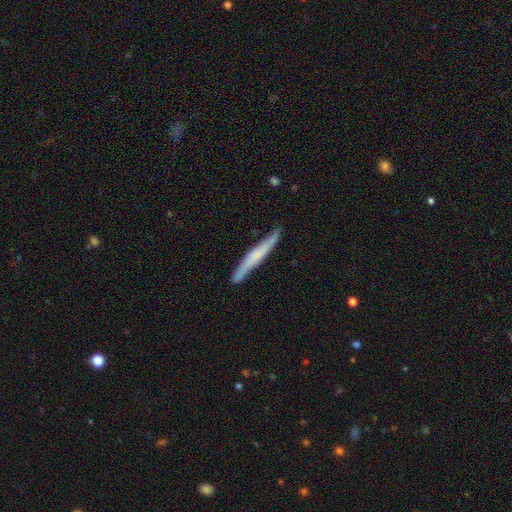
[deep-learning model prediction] smooth_or_featured: featured or disk (p=0.55) [alt: smooth p=0.39]
disk_edge_on: yes (p=0.89) [alt: no p=0.11]
merging: none (p=0.81) [alt: minor disturbance p=0.15]